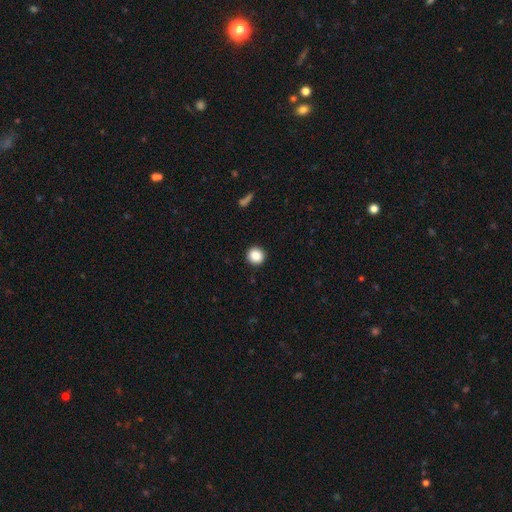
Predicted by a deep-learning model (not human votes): Overall: smooth (88%). How rounded: round (94%). Merging: none (93%).